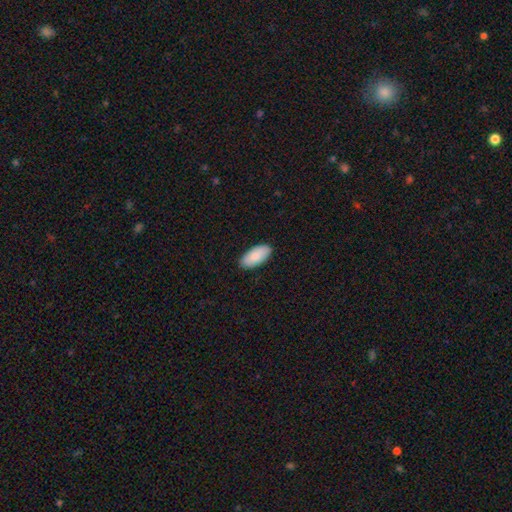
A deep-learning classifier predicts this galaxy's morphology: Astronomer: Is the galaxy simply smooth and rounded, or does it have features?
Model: smooth — 87%.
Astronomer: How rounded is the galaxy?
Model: in between — 95%.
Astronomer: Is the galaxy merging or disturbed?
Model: none — 89%.